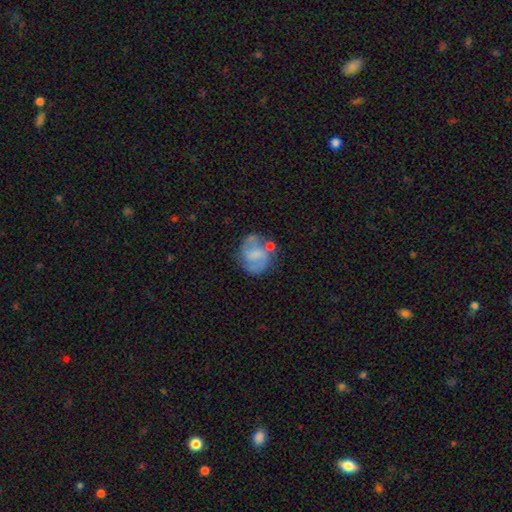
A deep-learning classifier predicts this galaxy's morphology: Q: Smooth or featured?
A: featured or disk (60%); runner-up: smooth (32%)
Q: Edge-on disk?
A: no (98%); runner-up: yes (2%)
Q: Bar?
A: weak (48%); runner-up: no (34%)
Q: Spiral arms?
A: yes (80%); runner-up: no (20%)
Q: Bulge size?
A: none (42%); runner-up: small (30%)
Q: Merging?
A: none (57%); runner-up: minor disturbance (20%)